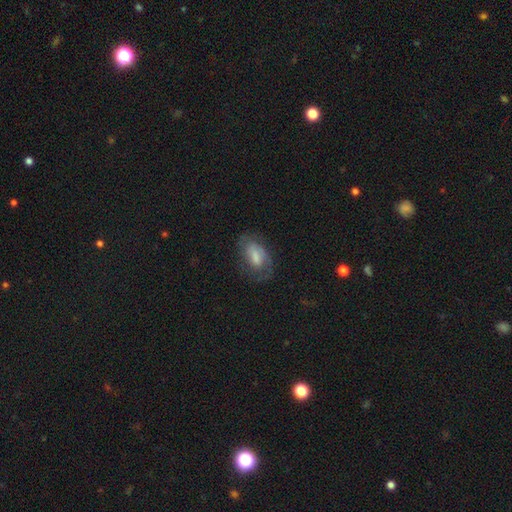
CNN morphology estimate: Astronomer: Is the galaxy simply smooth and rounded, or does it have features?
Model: smooth — 53% (runner-up: featured or disk, 39%).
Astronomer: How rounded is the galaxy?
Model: in between — 88%.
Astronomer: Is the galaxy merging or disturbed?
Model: none — 57%.